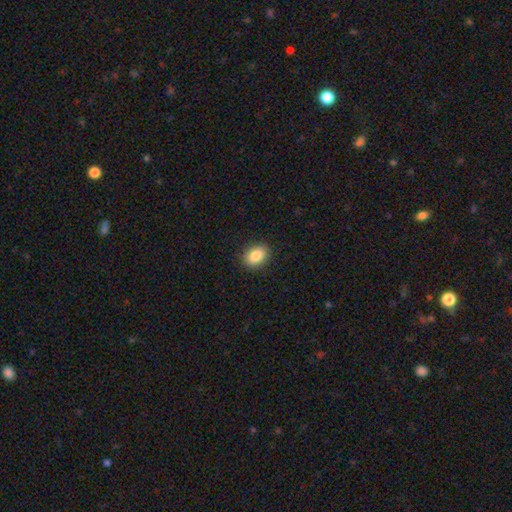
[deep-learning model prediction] The model was most divided on "how rounded": in between: 69%, round: 30%, cigar-shaped: 1%. More confident: merging — none (90%); smooth or featured — smooth (86%).